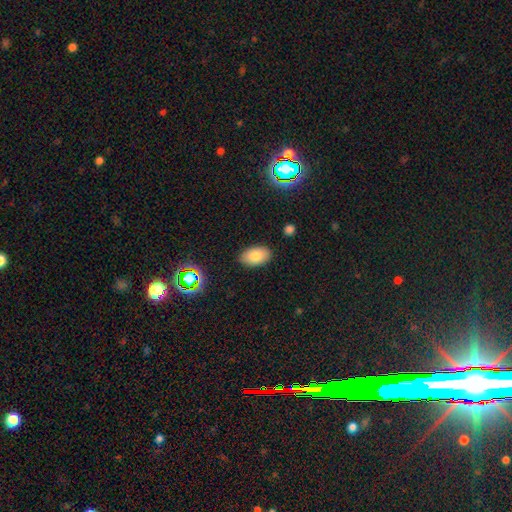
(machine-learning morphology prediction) smooth-or-featured: smooth: 80% | featured or disk: 10% | star or artifact: 10%
  how-rounded: in between: 92% | round: 7% | cigar-shaped: 1%
  merging: none: 87% | minor disturbance: 10% | major disturbance: 2% | merger: 1%